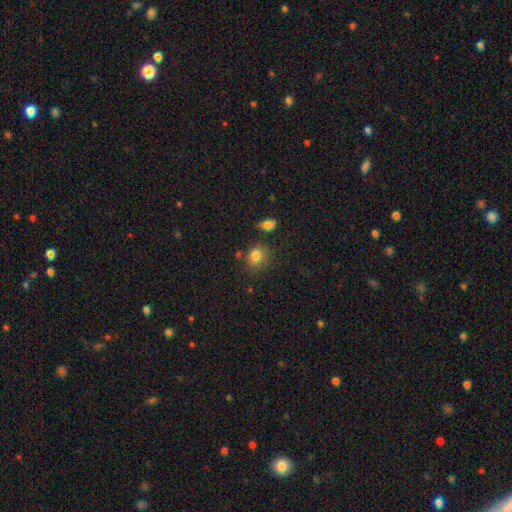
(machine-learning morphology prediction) This appears to be a smooth galaxy with no disk features (81%) that is round (70%). Merging: none (74%).